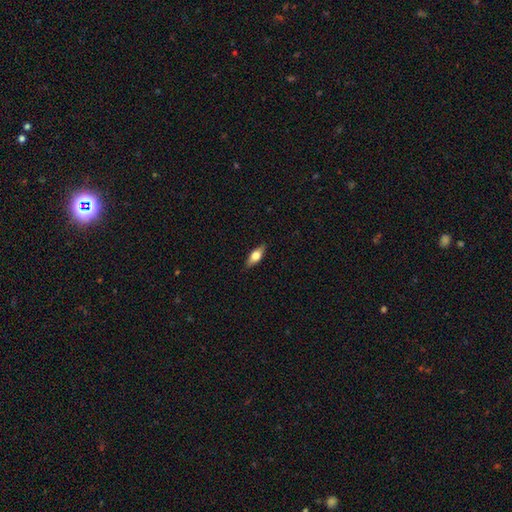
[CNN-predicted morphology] Smooth or featured? smooth (49%)
Merging? none (86%)